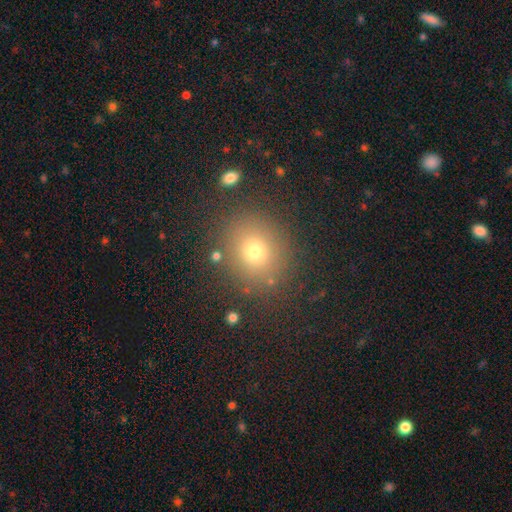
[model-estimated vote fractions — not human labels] Morphology: type=smooth (71%); roundness=round (78%); merging=none (85%).